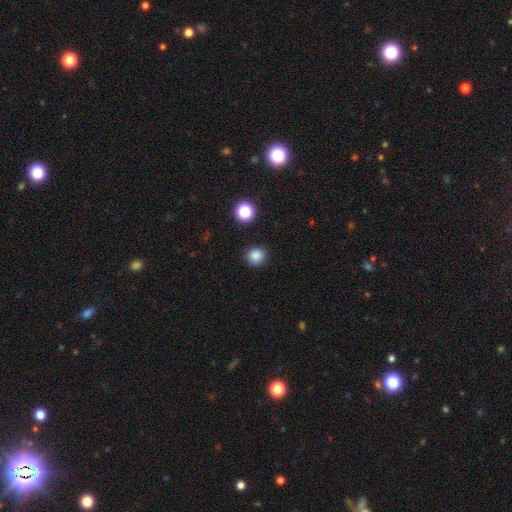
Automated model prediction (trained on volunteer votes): smooth 84%, star or artifact 12%, featured or disk 4%. Down the decision tree: how rounded — round (92%); merging — none (90%).